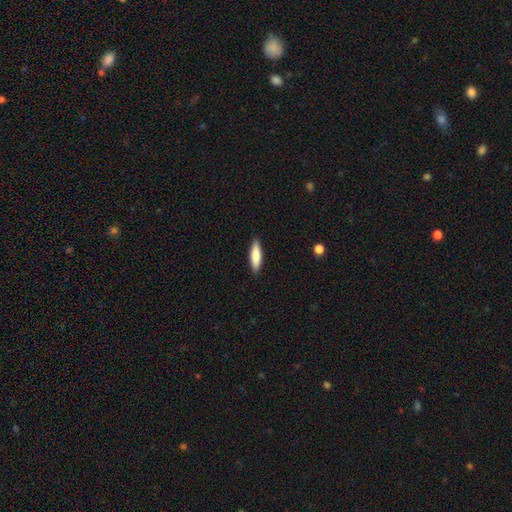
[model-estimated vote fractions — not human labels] Q: Smooth or featured?
A: smooth (81%); runner-up: featured or disk (13%)
Q: How rounded?
A: cigar-shaped (63%); runner-up: in between (35%)
Q: Merging?
A: none (90%); runner-up: minor disturbance (7%)